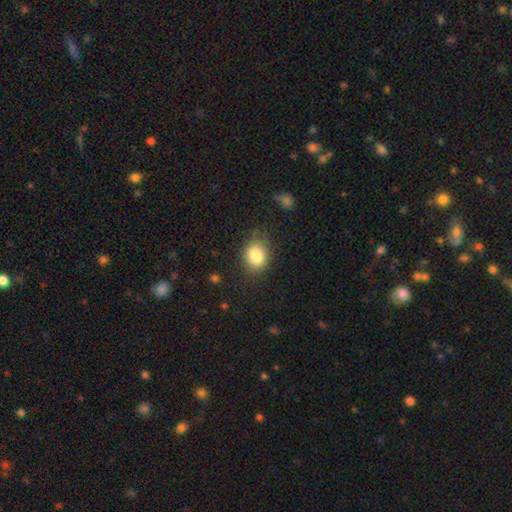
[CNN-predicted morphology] This appears to be a smooth galaxy with no disk features (84%) that is in between round and cigar-shaped (51%). Merging: none (79%).